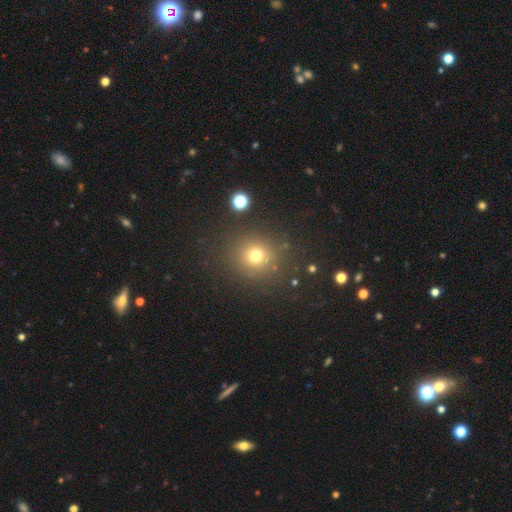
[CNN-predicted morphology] This is likely a smooth galaxy (72%). How rounded: clearly round (90%). Merging: clearly none (85%).